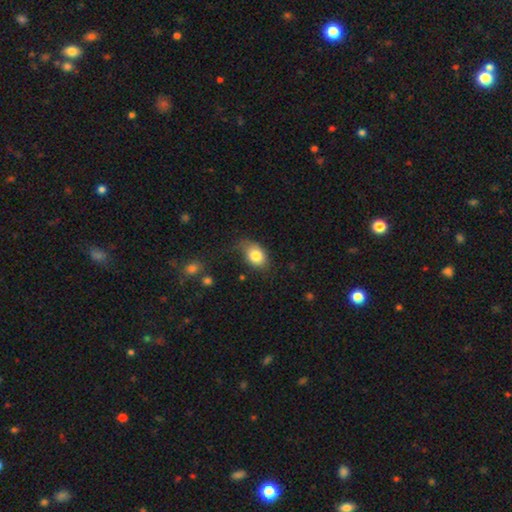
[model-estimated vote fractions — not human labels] Overall: smooth (81%). How rounded: in between (76%). Merging: none (54%; minor disturbance 32%).